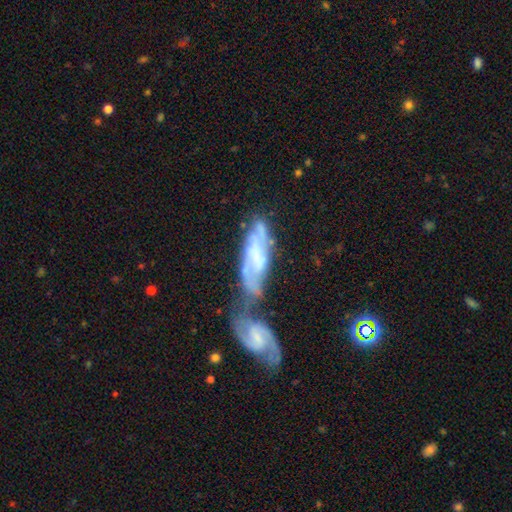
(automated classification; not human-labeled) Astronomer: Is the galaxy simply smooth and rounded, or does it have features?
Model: featured or disk — 71%.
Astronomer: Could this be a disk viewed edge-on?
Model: no — 84%.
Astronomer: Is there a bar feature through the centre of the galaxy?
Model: no — 48% (runner-up: weak, 35%).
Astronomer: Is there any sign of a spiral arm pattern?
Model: yes — 87%.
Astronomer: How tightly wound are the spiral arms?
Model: medium — 42% (runner-up: tight, 39%).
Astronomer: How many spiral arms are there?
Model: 2 — 56%.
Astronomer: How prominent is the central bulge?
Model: small — 38% (runner-up: none, 36%).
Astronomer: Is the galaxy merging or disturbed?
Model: merger — 57%.